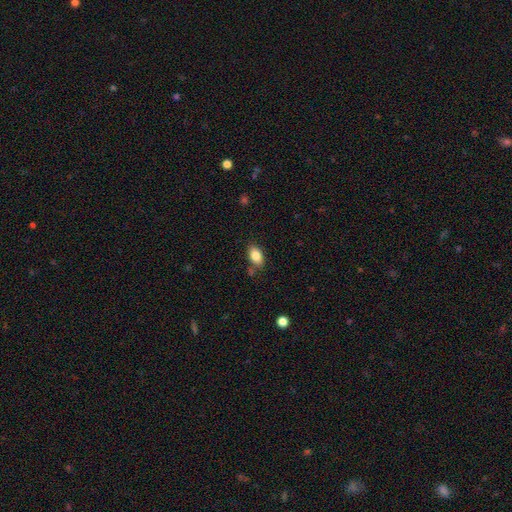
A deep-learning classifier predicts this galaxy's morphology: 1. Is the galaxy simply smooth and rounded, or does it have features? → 84% smooth, 8% star or artifact, 7% featured or disk.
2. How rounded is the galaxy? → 89% in between, 9% round, 2% cigar-shaped.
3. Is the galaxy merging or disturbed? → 76% none, 15% minor disturbance, 6% merger, 3% major disturbance.